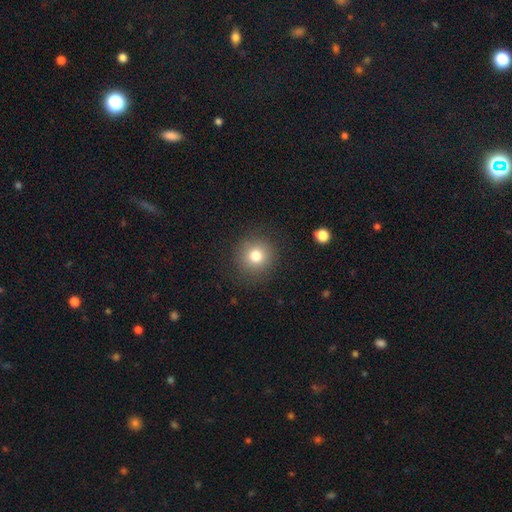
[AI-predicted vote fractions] smooth 78%, star or artifact 13%, featured or disk 9%. Down the decision tree: how rounded — round (93%); merging — none (89%).